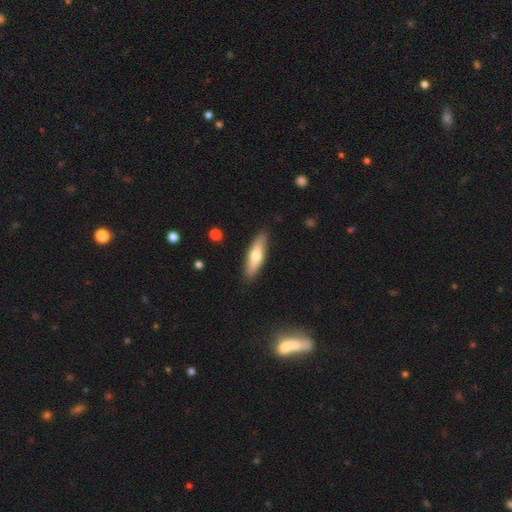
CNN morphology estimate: smooth_or_featured: smooth (p=0.62) [alt: featured or disk p=0.33]
how_rounded: cigar-shaped (p=0.61) [alt: in between p=0.37]
merging: none (p=0.87) [alt: minor disturbance p=0.09]